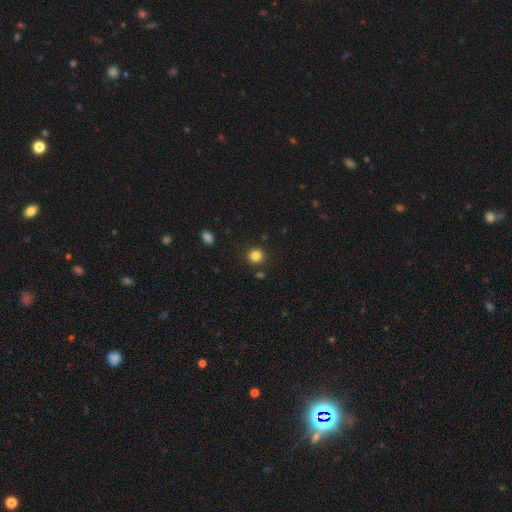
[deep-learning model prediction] Q: Smooth or featured?
A: smooth (83%); runner-up: star or artifact (13%)
Q: How rounded?
A: round (92%); runner-up: in between (7%)
Q: Merging?
A: none (88%); runner-up: minor disturbance (6%)